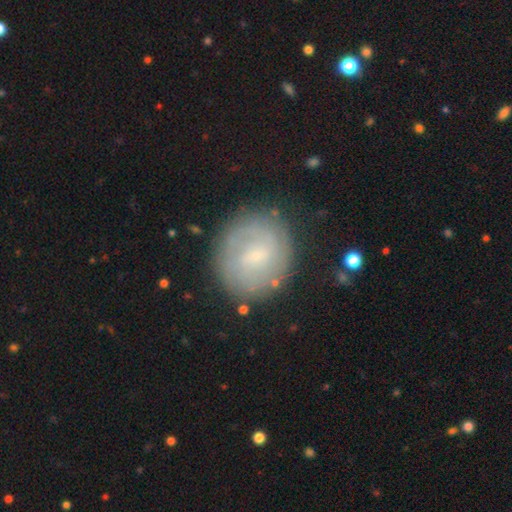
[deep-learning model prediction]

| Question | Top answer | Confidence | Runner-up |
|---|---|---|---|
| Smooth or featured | featured or disk | 53% | smooth (39%) |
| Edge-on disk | no | 97% | yes (3%) |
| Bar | weak | 58% | no (29%) |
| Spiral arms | yes | 73% | no (27%) |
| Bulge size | small | 69% | moderate (17%) |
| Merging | none | 80% | minor disturbance (13%) |